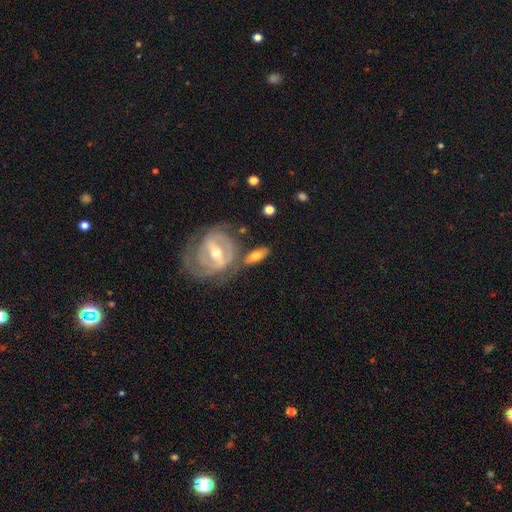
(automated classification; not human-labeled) Smooth or featured: featured or disk — 51% (smooth — 43%)
Edge-on disk: no — 82% (yes — 18%)
Merging: none — 59% (minor disturbance — 17%)